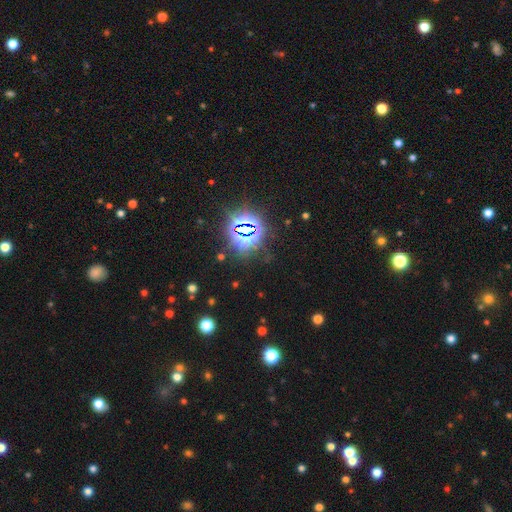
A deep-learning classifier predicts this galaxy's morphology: A star or artifact, not a galaxy (75%).

Vote fractions:
- Smooth or featured? star or artifact: 75% / smooth: 18% / featured or disk: 8%